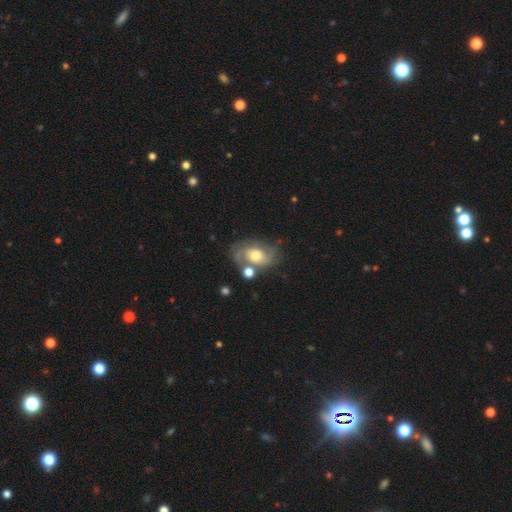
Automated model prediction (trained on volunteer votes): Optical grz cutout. It shows a featured or disk galaxy (68%) with no bar (67%), 2 (72%) medium (48%) spiral arms (84%) and a moderate central bulge (66%). Merging: none (55%).